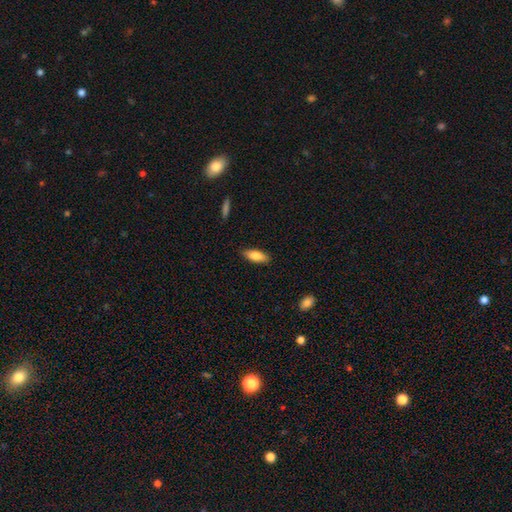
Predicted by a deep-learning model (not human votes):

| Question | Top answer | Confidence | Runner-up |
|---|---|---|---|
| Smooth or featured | smooth | 82% | featured or disk (11%) |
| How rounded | in between | 72% | cigar-shaped (26%) |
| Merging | none | 86% | minor disturbance (11%) |